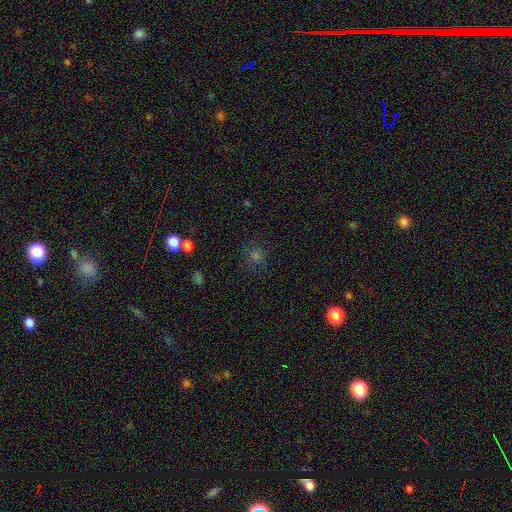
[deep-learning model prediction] Smooth or featured? smooth (60%)
How rounded? round (90%)
Merging? none (83%)